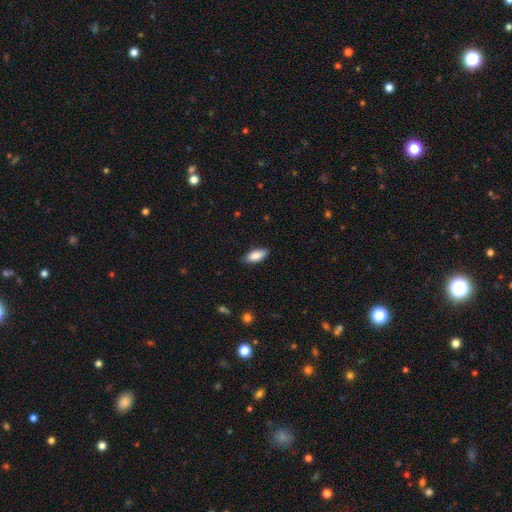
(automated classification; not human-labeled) A smooth galaxy with no disk features (88%) that is in between round and cigar-shaped (87%). Merging: none (85%).